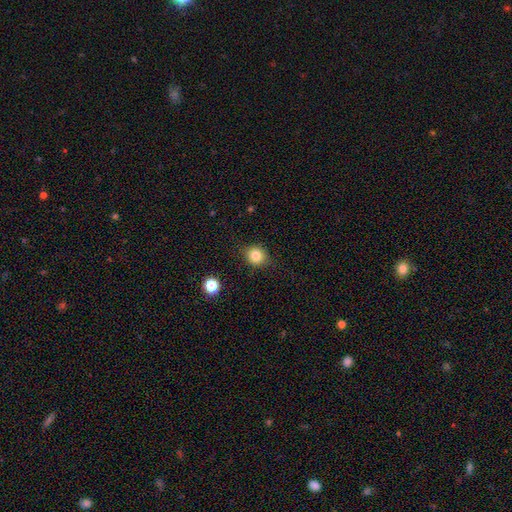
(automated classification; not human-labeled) Smooth or featured? smooth (82%)
How rounded? round (80%)
Merging? none (86%)